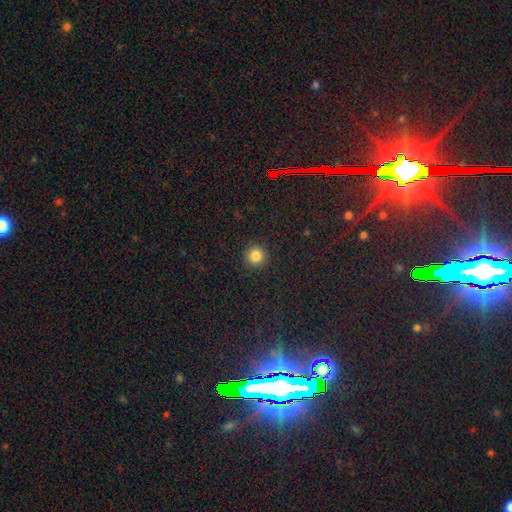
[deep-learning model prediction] Morphology: type=smooth (84%); roundness=round (95%); merging=none (91%).